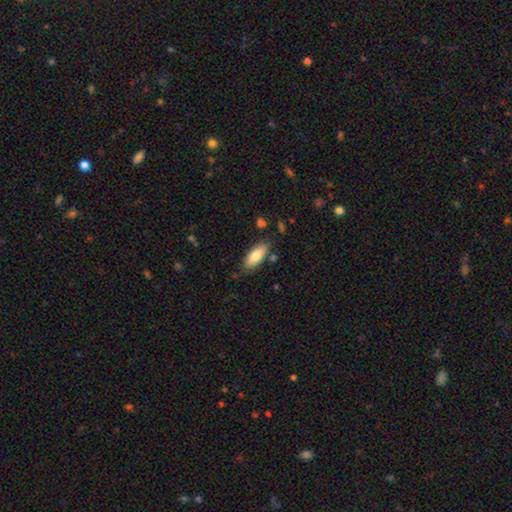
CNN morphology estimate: A smooth galaxy with no disk features (76%) that is in between round and cigar-shaped (81%). Merging: none (79%).